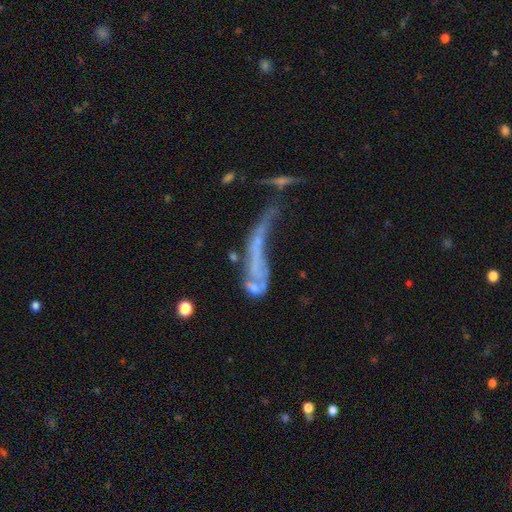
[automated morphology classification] smooth-or-featured: featured or disk: 53% | smooth: 31% | star or artifact: 15%
  disk-edge-on: no: 76% | yes: 24%
  merging: merger: 39% | major disturbance: 37% | none: 14% | minor disturbance: 10%